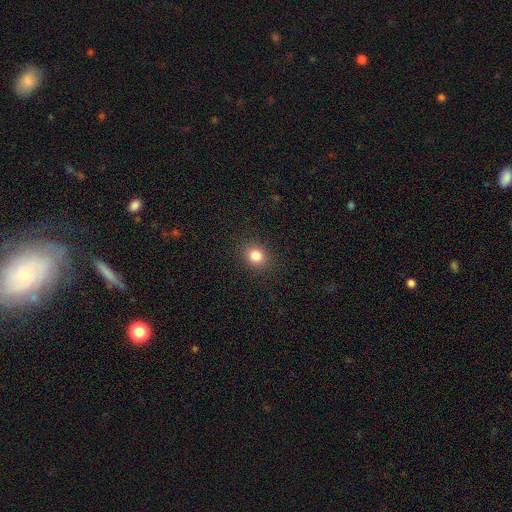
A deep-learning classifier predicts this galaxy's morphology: The model was most divided on "how rounded": round: 69%, in between: 30%, cigar-shaped: 1%. More confident: merging — none (89%); smooth or featured — smooth (83%).